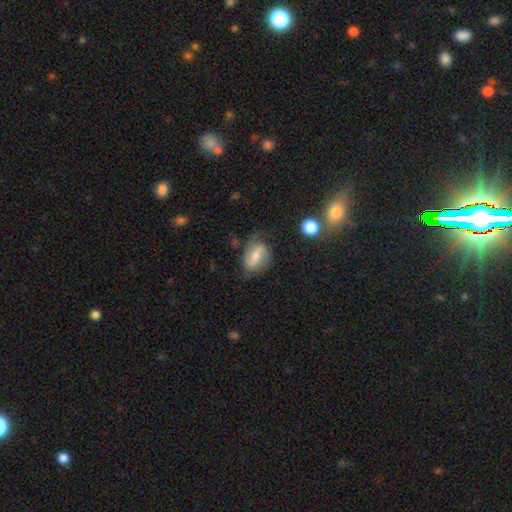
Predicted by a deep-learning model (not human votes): A featured or disk galaxy (63%) with a weak bar (45%), 2 (82%) medium (43%) spiral arms (88%) and a moderate central bulge (51%).

Vote fractions:
- Smooth or featured? featured or disk: 63% / smooth: 30% / star or artifact: 8%
- Edge-on disk? no: 96% / yes: 4%
- Bar? weak: 45% / strong: 29% / no: 26%
- Spiral arms? yes: 88% / no: 12%
- Spiral winding? medium: 43% / loose: 36% / tight: 21%
- Spiral arm count? 2: 82% / can't tell: 9% / 1: 5% / 3: 1% / 4: 1% / more than 4: 1%
- Bulge size? moderate: 51% / small: 38% / large: 5% / none: 5% / dominant: 1%
- Merging? none: 63% / minor disturbance: 24% / major disturbance: 11% / merger: 2%